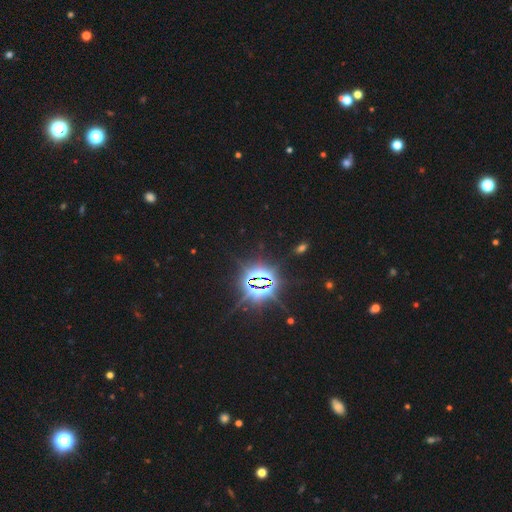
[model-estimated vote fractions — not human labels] Smooth or featured? Predicted: star or artifact (p=0.84).